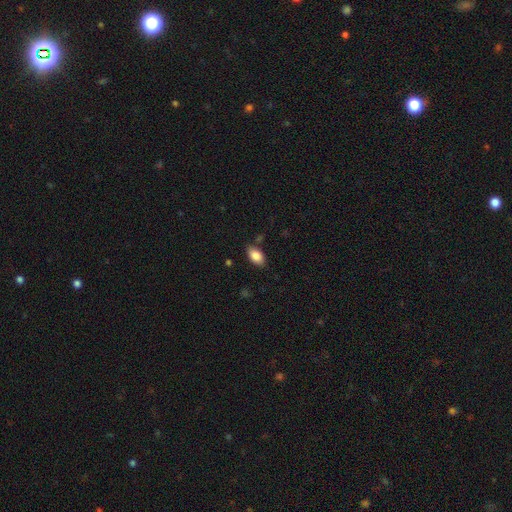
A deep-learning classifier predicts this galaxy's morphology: This is clearly a smooth galaxy (86%). How rounded: clearly in between (92%). Merging: clearly none (81%).